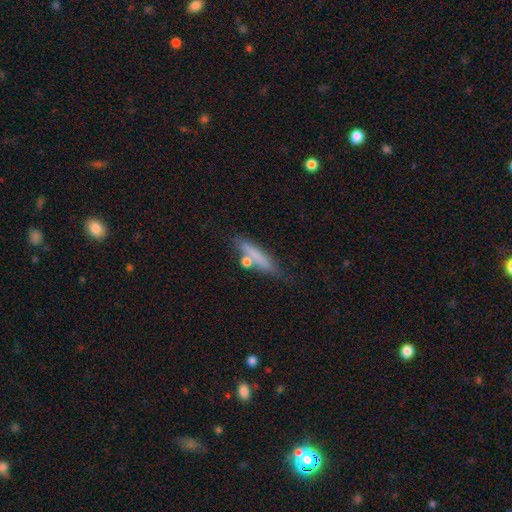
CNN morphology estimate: smooth 64%, featured or disk 28%, star or artifact 8%. Down the decision tree: how rounded — cigar-shaped (84%); merging — none (63%).